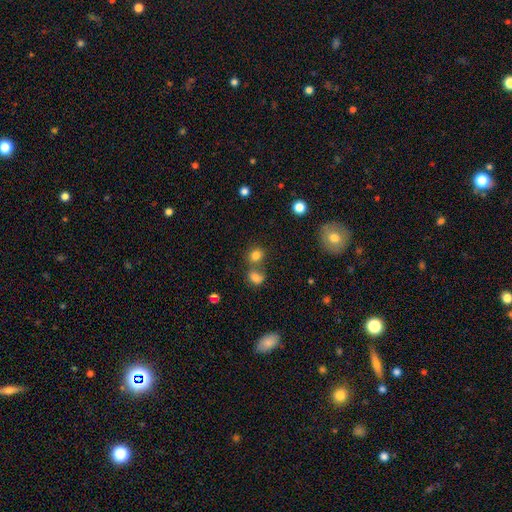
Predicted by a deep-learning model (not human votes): Overall: smooth (80%). How rounded: round (64%; in between 35%). Merging: none (56%; merger 32%).